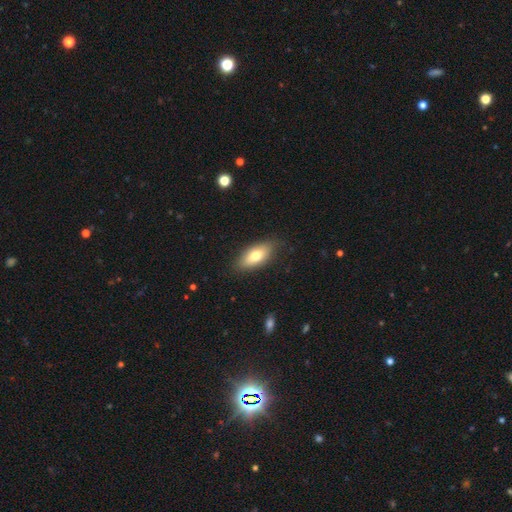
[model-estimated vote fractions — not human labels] smooth 73%, featured or disk 20%, star or artifact 7%. Down the decision tree: how rounded — in between (84%); merging — none (84%).